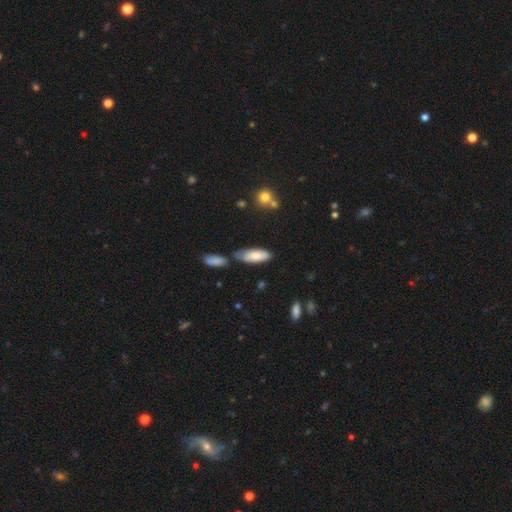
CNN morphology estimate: smooth 71%, featured or disk 23%, star or artifact 6%. Down the decision tree: how rounded — in between (68%); merging — none (52%).